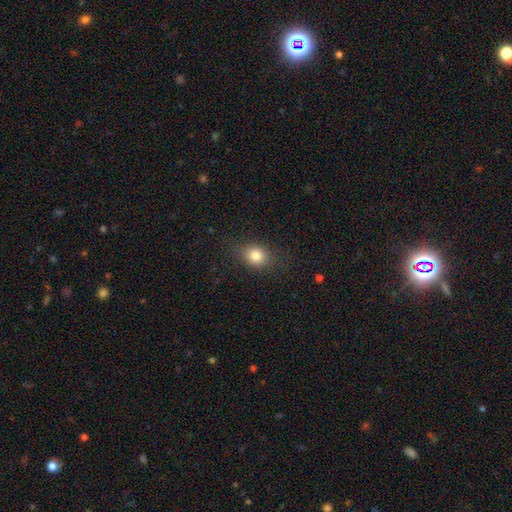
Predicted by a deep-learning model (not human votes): This is clearly a smooth galaxy (81%). How rounded: possibly in between (52%). Merging: likely none (80%).